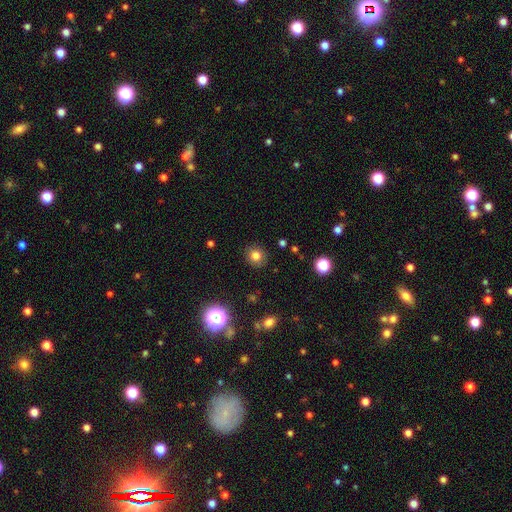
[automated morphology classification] The model was most divided on "smooth or featured": smooth: 79%, star or artifact: 14%, featured or disk: 7%. More confident: merging — none (88%); how rounded — round (86%).